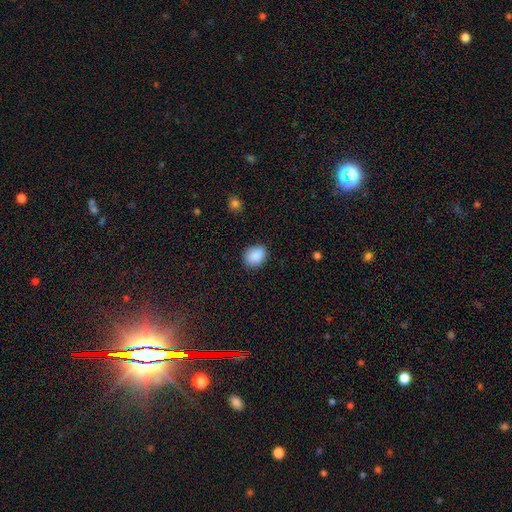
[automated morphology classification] The model was most divided on "how rounded": in between: 55%, round: 45%, cigar-shaped: 1%. More confident: smooth or featured — smooth (89%); merging — none (85%).